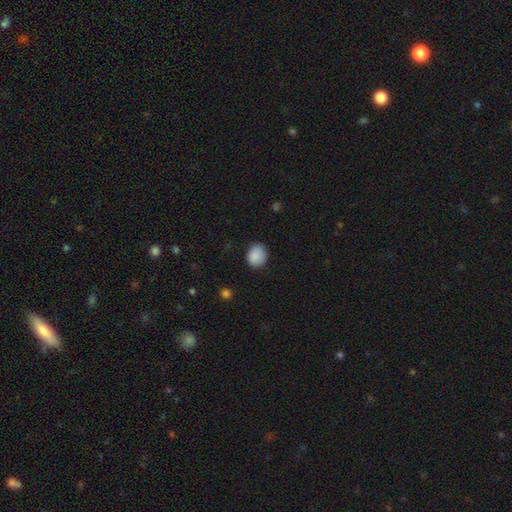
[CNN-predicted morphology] A smooth galaxy with no disk features (88%) that is round (58%). Merging: none (84%).